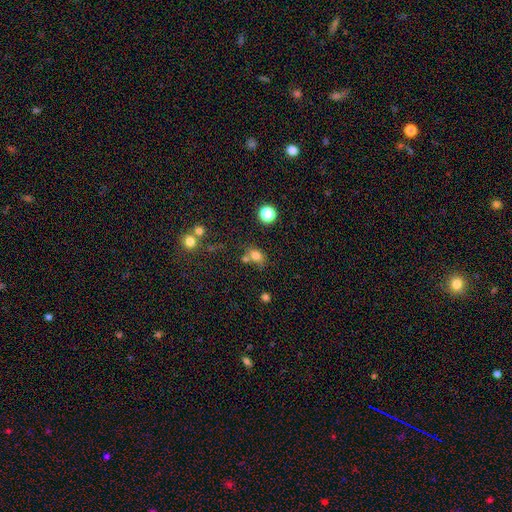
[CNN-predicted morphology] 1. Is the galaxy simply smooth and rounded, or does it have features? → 76% smooth, 15% star or artifact, 9% featured or disk.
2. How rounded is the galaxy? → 50% in between, 49% round, 1% cigar-shaped.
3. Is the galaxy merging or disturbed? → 53% none, 24% merger, 17% minor disturbance, 6% major disturbance.